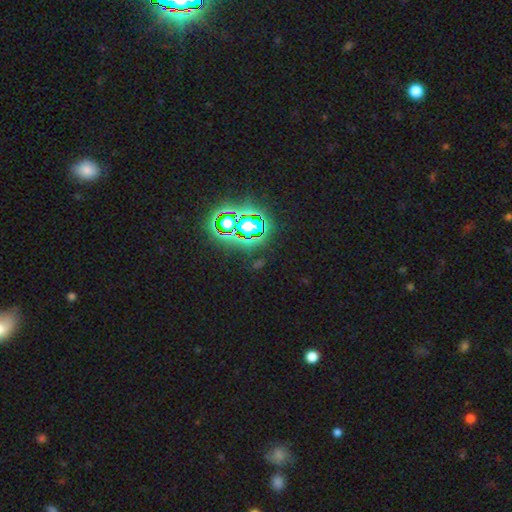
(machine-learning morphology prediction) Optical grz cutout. It shows a star or artifact, not a galaxy (79%).